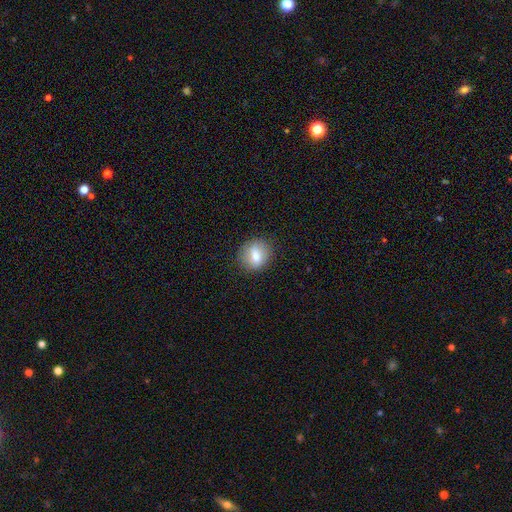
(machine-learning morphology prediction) Smooth or featured? Predicted: smooth (p=0.74). How rounded? Predicted: round (p=0.67). Merging? Predicted: none (p=0.84).